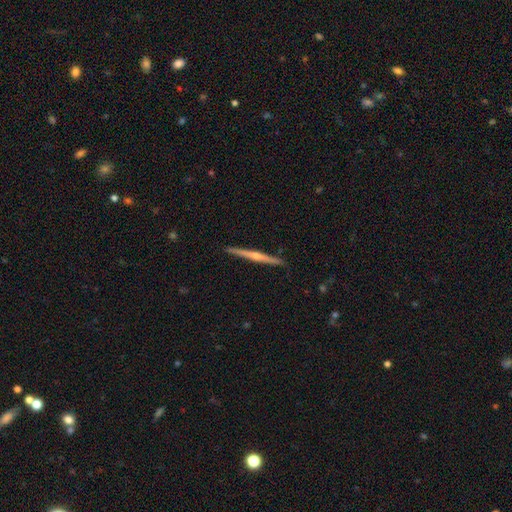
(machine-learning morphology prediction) A featured or disk galaxy (76%) viewed edge-on (98%) with a rounded central bulge (78%).

Vote fractions:
- Smooth or featured? featured or disk: 76% / smooth: 18% / star or artifact: 6%
- Edge-on disk? yes: 98% / no: 2%
- Edge-on bulge? rounded: 78% / none: 16% / boxy: 6%
- Merging? none: 90% / minor disturbance: 7% / major disturbance: 1% / merger: 1%